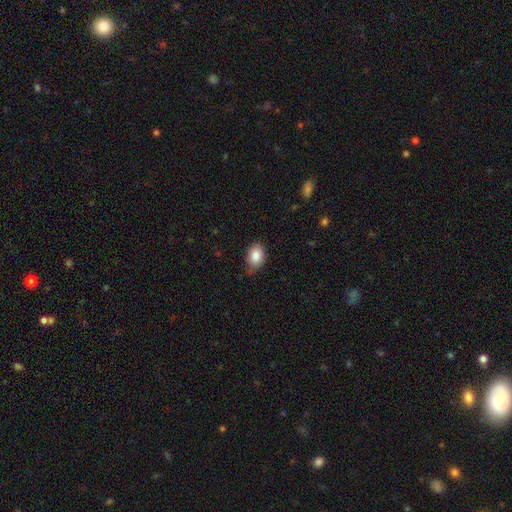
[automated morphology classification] smooth 86%, star or artifact 8%, featured or disk 7%. Down the decision tree: how rounded — in between (79%); merging — none (70%).